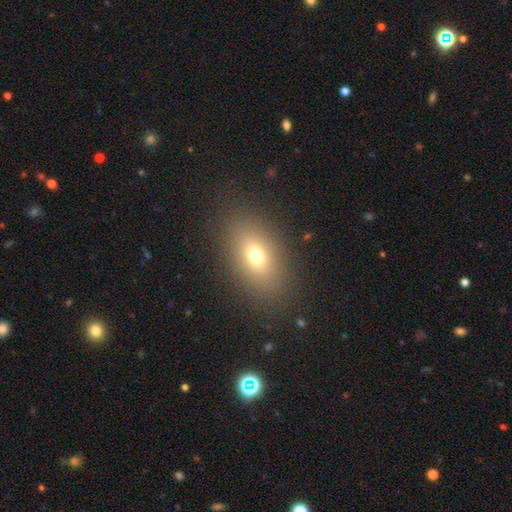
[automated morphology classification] Q: Smooth or featured?
A: smooth (70%); runner-up: featured or disk (16%)
Q: How rounded?
A: in between (83%); runner-up: round (14%)
Q: Merging?
A: none (86%); runner-up: minor disturbance (9%)